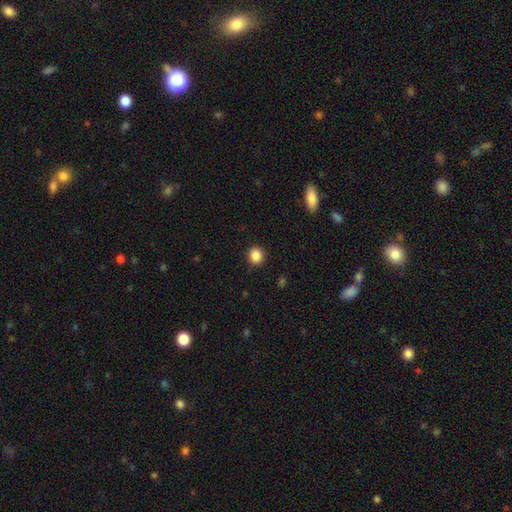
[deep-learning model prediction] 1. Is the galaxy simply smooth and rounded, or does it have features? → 87% smooth, 10% star or artifact, 3% featured or disk.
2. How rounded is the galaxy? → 79% round, 20% in between, 1% cigar-shaped.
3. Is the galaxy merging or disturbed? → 90% none, 6% minor disturbance, 2% major disturbance, 1% merger.